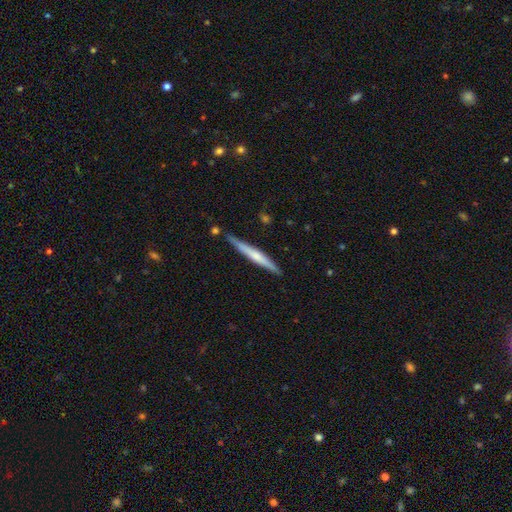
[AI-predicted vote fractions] Smooth or featured: featured or disk — 51% (smooth — 44%)
Edge-on disk: yes — 97% (no — 3%)
Merging: none — 85% (minor disturbance — 11%)